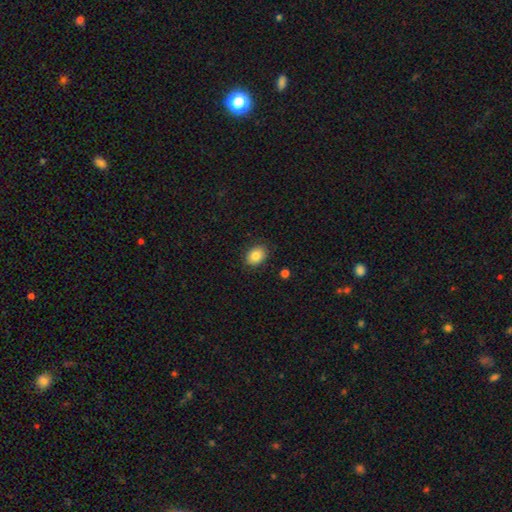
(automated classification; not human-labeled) This is clearly a smooth galaxy (85%). How rounded: likely in between (69%). Merging: clearly none (87%).